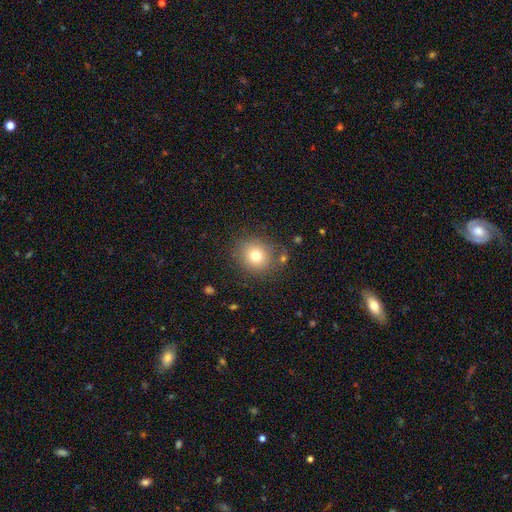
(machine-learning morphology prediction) This is likely a smooth galaxy (75%). How rounded: clearly round (84%). Merging: clearly none (82%).